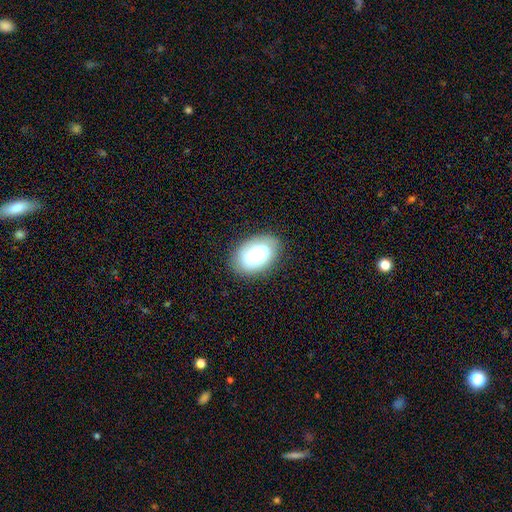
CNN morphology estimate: smooth 71%, featured or disk 20%, star or artifact 8%. Down the decision tree: how rounded — in between (90%); merging — none (81%).